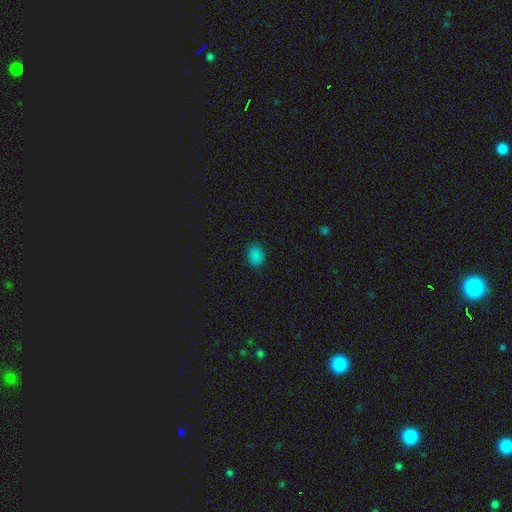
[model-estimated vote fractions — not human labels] Morphology: type=smooth (82%); roundness=in between (52%); merging=none (83%).